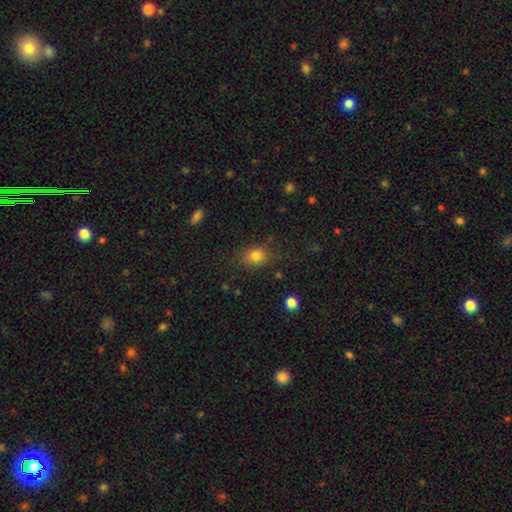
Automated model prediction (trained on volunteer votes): Smooth or featured?
  - smooth: 81% *
  - star or artifact: 12%
  - featured or disk: 7%
How rounded?
  - in between: 55% *
  - round: 44%
  - cigar-shaped: 1%
Merging?
  - none: 79% *
  - minor disturbance: 14%
  - major disturbance: 5%
  - merger: 2%